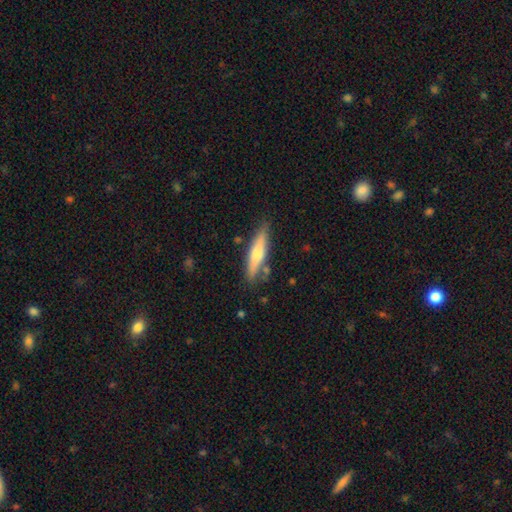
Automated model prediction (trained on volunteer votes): Q: Smooth or featured?
A: smooth (57%); runner-up: featured or disk (37%)
Q: How rounded?
A: cigar-shaped (79%); runner-up: in between (20%)
Q: Merging?
A: none (79%); runner-up: minor disturbance (13%)